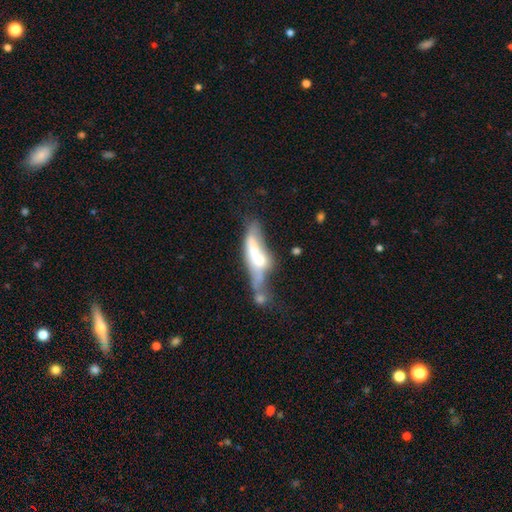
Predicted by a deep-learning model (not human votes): smooth_or_featured: featured or disk (p=0.53) [alt: smooth p=0.38]
disk_edge_on: no (p=0.65) [alt: yes p=0.35]
merging: merger (p=0.56) [alt: major disturbance p=0.18]